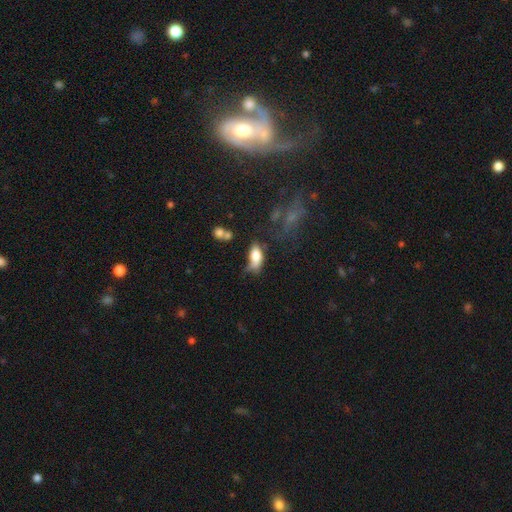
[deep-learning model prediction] Smooth or featured?
  - smooth: 74% *
  - featured or disk: 17%
  - star or artifact: 9%
How rounded?
  - in between: 85% *
  - cigar-shaped: 10%
  - round: 4%
Merging?
  - none: 33% * (tied)
  - minor disturbance: 33% * (tied)
  - major disturbance: 22%
  - merger: 12%